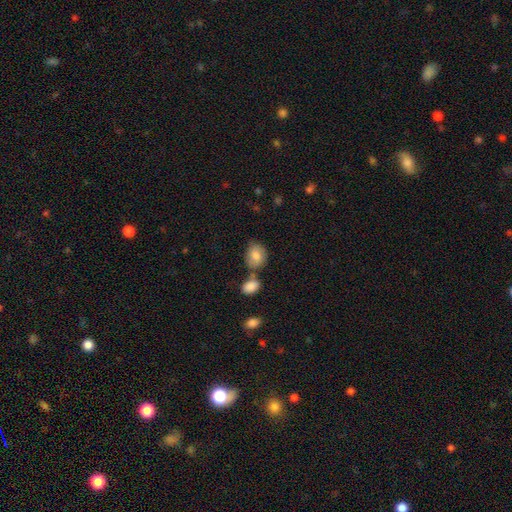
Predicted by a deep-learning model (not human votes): Morphology: type=smooth (82%); roundness=in between (62%); merging=none (51%).